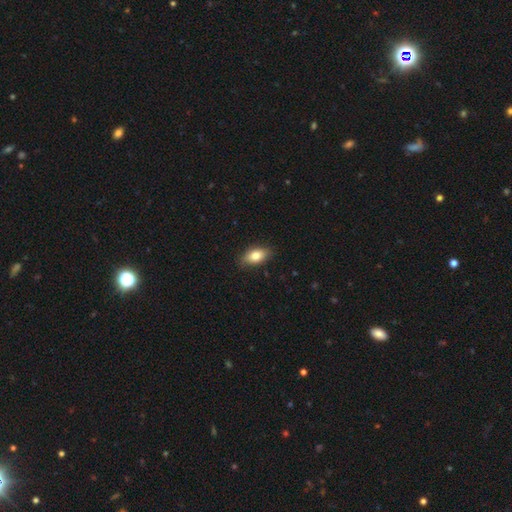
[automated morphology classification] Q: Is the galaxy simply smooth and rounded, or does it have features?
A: smooth — 80%.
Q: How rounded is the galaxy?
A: in between — 89%.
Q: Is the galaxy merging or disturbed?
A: none — 84%.